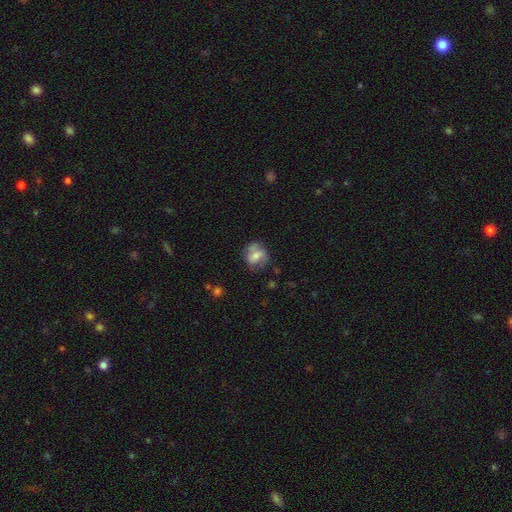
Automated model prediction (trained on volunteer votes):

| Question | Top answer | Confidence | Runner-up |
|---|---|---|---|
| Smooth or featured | smooth | 55% | featured or disk (36%) |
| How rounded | round | 65% | in between (33%) |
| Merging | none | 64% | minor disturbance (23%) |